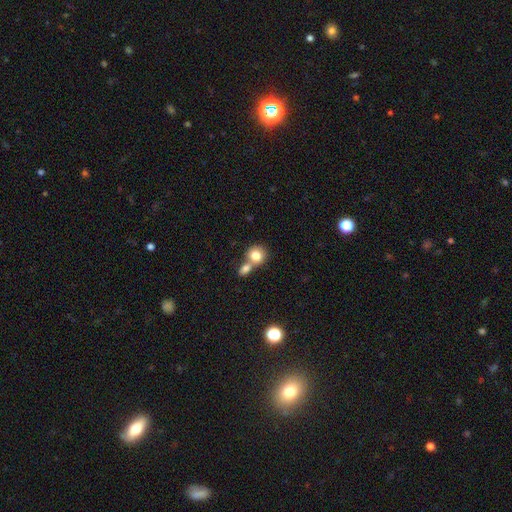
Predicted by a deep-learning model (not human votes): This is likely a smooth galaxy (80%). How rounded: likely round (79%). Merging: possibly merger (54%).